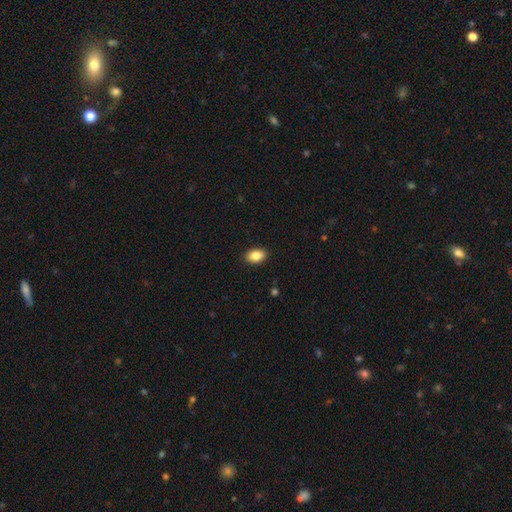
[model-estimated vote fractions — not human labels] smooth 87%, star or artifact 8%, featured or disk 5%. Down the decision tree: how rounded — in between (85%); merging — none (90%).